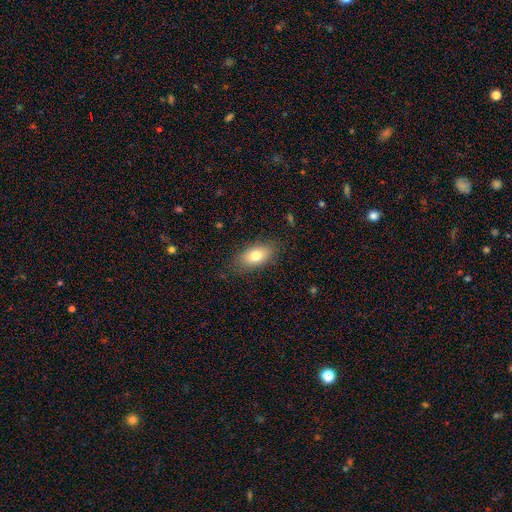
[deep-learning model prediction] Smooth or featured? Predicted: smooth (p=0.77). How rounded? Predicted: in between (p=0.88). Merging? Predicted: none (p=0.82).